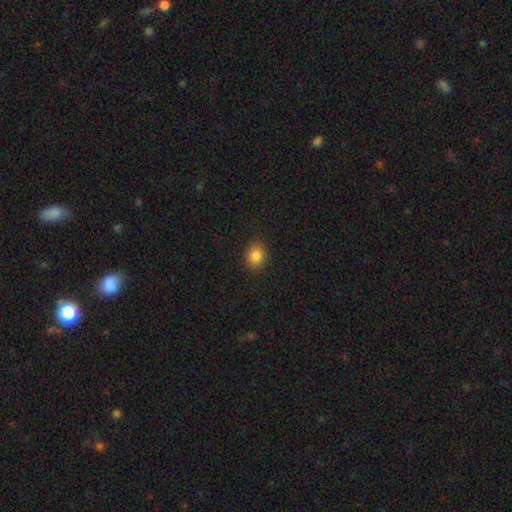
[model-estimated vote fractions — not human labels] smooth 84%, star or artifact 11%, featured or disk 5%. Down the decision tree: how rounded — round (73%); merging — none (88%).